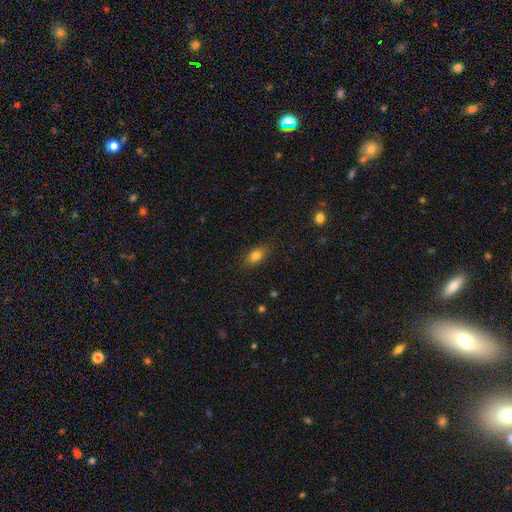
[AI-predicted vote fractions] Morphology: type=smooth (81%); roundness=in between (80%); merging=none (85%).